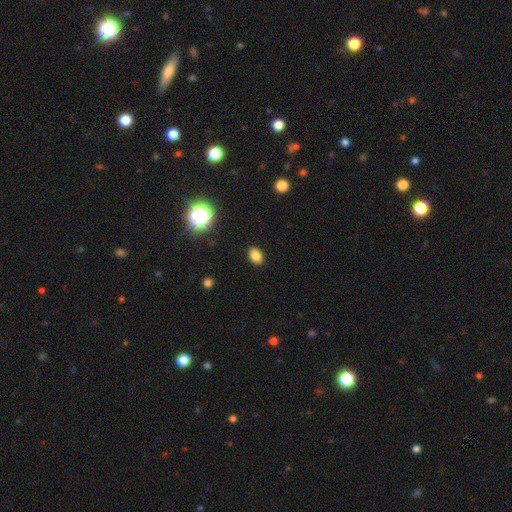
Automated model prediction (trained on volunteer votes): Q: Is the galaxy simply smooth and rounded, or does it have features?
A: smooth — 81%.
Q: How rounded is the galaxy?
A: in between — 78%.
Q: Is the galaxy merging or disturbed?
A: none — 89%.